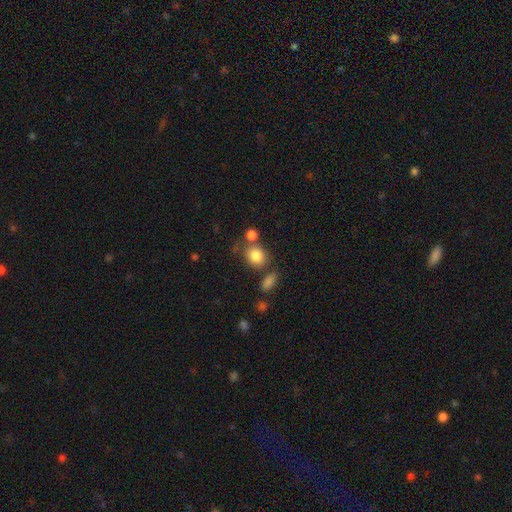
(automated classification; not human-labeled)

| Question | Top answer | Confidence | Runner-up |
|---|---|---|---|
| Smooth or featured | smooth | 83% | star or artifact (9%) |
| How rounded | round | 65% | in between (34%) |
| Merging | none | 59% | merger (22%) |